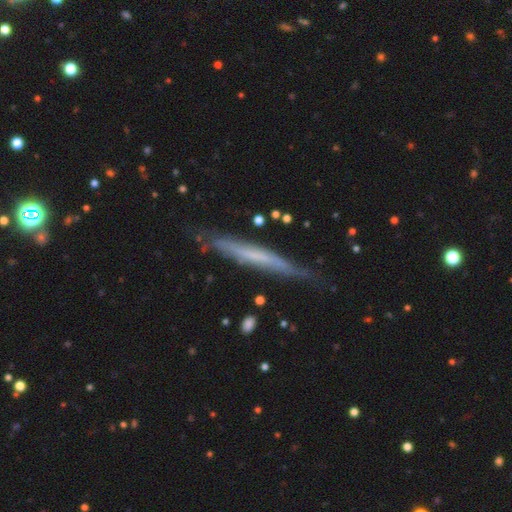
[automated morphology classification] A featured or disk galaxy (57%) viewed edge-on (90%) with no central bulge (82%). Merging: none (77%).